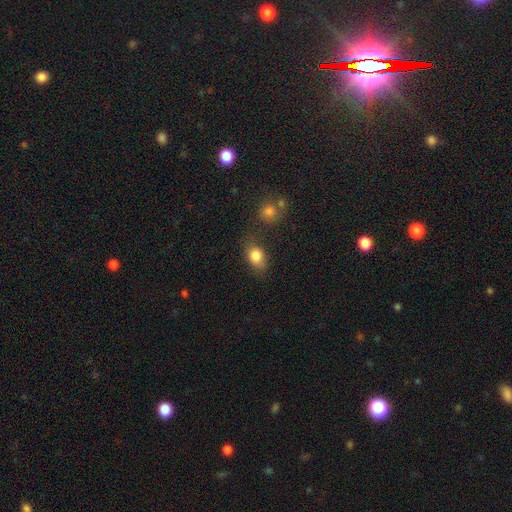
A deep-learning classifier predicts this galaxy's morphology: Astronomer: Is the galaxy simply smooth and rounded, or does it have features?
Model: smooth — 83%.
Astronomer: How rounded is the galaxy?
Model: in between — 68%.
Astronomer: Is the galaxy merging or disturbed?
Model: none — 66%.